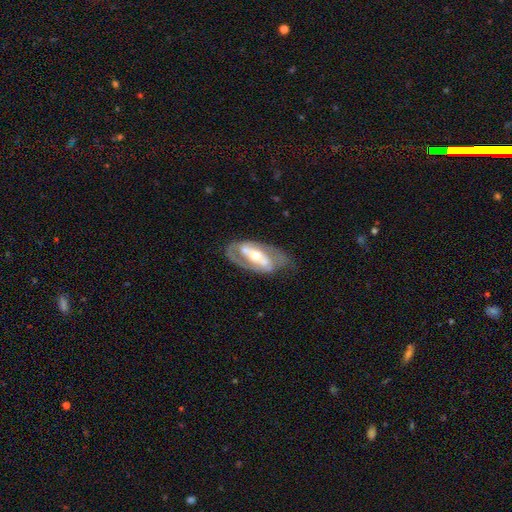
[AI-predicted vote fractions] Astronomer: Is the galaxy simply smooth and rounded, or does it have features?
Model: featured or disk — 78%.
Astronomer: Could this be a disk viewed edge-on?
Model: no — 92%.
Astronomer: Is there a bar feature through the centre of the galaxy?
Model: strong — 43% (runner-up: no, 32%).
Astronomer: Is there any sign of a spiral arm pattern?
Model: yes — 66%.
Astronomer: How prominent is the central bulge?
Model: moderate — 64%.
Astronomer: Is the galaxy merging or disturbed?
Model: none — 58%.